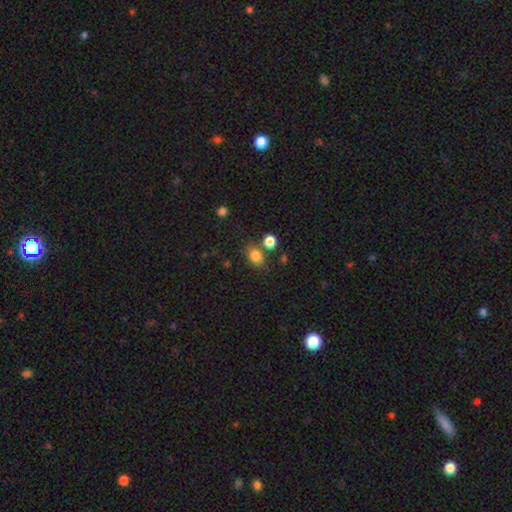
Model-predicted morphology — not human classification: Smooth or featured: smooth — 83% (star or artifact — 11%)
How rounded: in between — 55% (round — 44%)
Merging: none — 69% (merger — 14%)